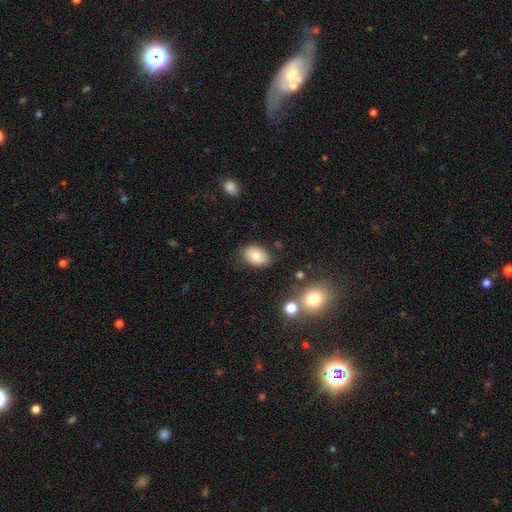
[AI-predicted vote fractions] Smooth or featured?
  - smooth: 78% *
  - featured or disk: 13%
  - star or artifact: 9%
How rounded?
  - in between: 80% *
  - round: 19%
  - cigar-shaped: 1%
Merging?
  - none: 78% *
  - minor disturbance: 16%
  - major disturbance: 4%
  - merger: 3%